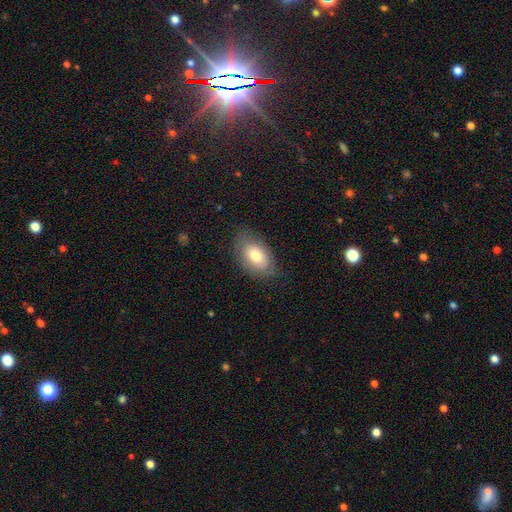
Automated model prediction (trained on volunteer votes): This appears to be a smooth galaxy with no disk features (71%) that is in between round and cigar-shaped (92%). Merging: none (77%).